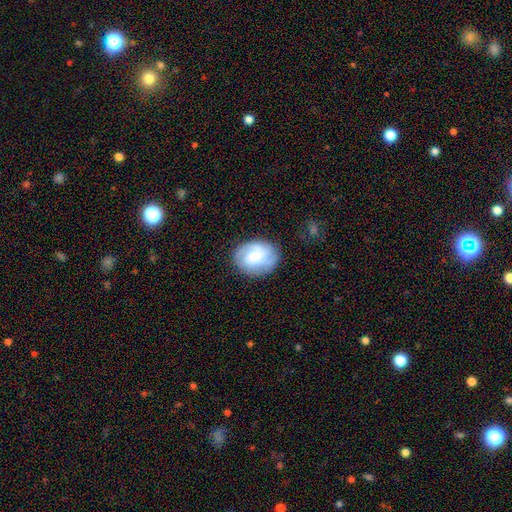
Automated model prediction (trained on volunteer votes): Smooth or featured? featured or disk (67%)
Edge-on disk? no (98%)
Bar? no (57%)
Spiral arms? yes (93%)
Spiral winding? tight (48%)
Spiral arm count? 2 (32%)
Bulge size? small (55%)
Merging? none (80%)